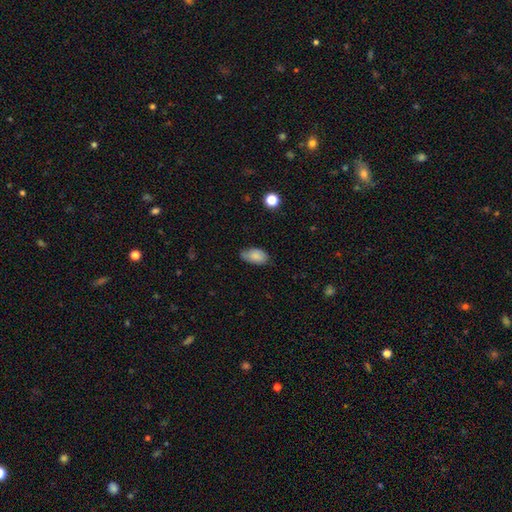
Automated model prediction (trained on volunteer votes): The model was most divided on "merging": none: 66%, minor disturbance: 28%, major disturbance: 5%, merger: 1%. More confident: how rounded — in between (93%); smooth or featured — smooth (83%).